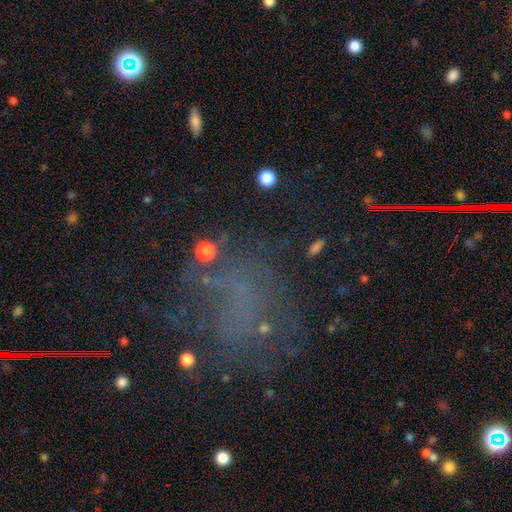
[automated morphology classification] A star or artifact, not a galaxy (37%).